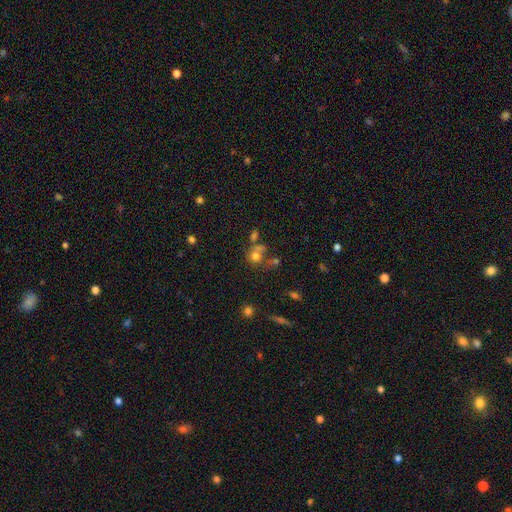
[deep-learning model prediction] A smooth galaxy with no disk features (68%) that is round (78%).

Vote fractions:
- Smooth or featured? smooth: 68% / star or artifact: 17% / featured or disk: 15%
- How rounded? round: 78% / in between: 21% / cigar-shaped: 1%
- Merging? none: 42% / merger: 36% / minor disturbance: 12% / major disturbance: 10%